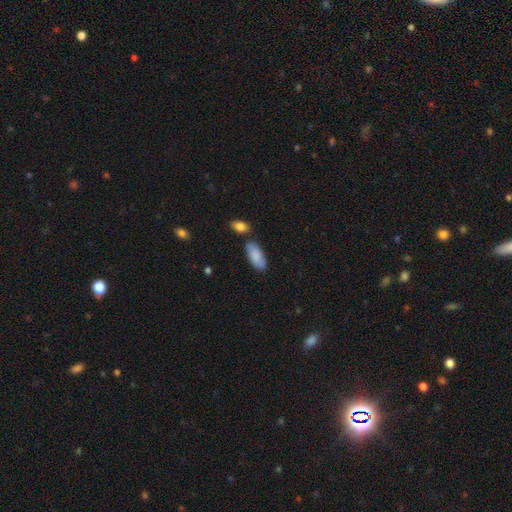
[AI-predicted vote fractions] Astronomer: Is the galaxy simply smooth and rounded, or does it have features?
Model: smooth — 84%.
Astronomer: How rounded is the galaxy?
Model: in between — 86%.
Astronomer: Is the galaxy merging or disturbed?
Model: none — 71%.